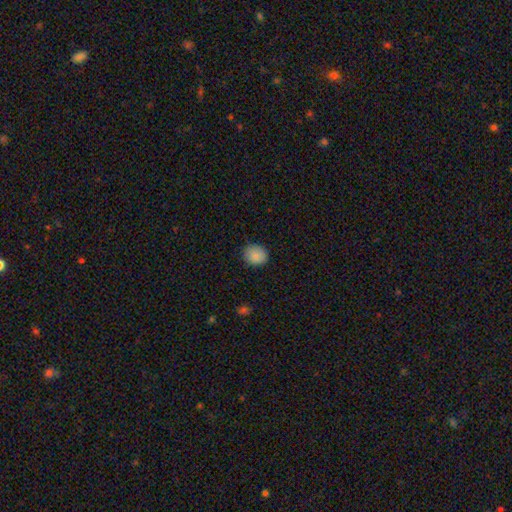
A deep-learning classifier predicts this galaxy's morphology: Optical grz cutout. It shows a smooth galaxy with no disk features (86%) that is round (67%). Merging: none (83%).